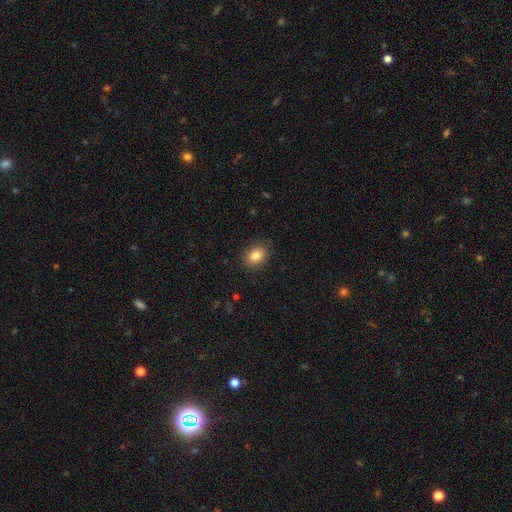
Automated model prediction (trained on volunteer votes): smooth_or_featured: smooth (p=0.84) [alt: star or artifact p=0.10]
how_rounded: in between (p=0.58) [alt: round p=0.41]
merging: none (p=0.87) [alt: minor disturbance p=0.10]